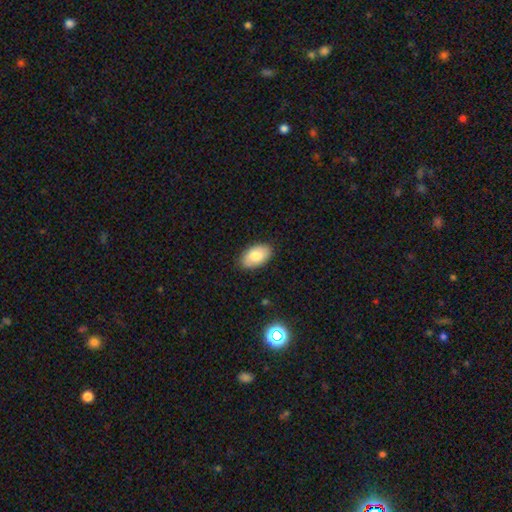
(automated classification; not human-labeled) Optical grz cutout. It shows a smooth galaxy with no disk features (80%) that is in between round and cigar-shaped (94%). Merging: none (87%).